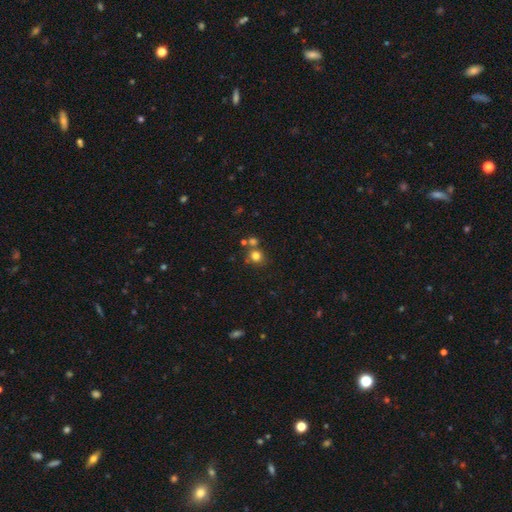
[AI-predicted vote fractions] A smooth galaxy with no disk features (78%) that is round (86%).

Vote fractions:
- Smooth or featured? smooth: 78% / star or artifact: 14% / featured or disk: 7%
- How rounded? round: 86% / in between: 13% / cigar-shaped: 1%
- Merging? none: 66% / merger: 22% / minor disturbance: 9% / major disturbance: 3%